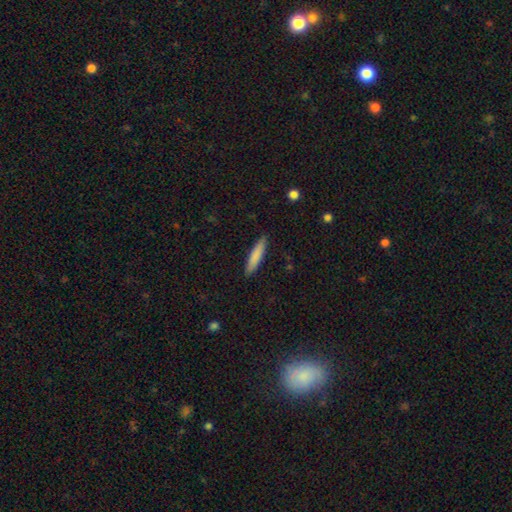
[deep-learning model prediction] Smooth or featured? Predicted: smooth (p=0.82). How rounded? Predicted: cigar-shaped (p=0.86). Merging? Predicted: none (p=0.89).